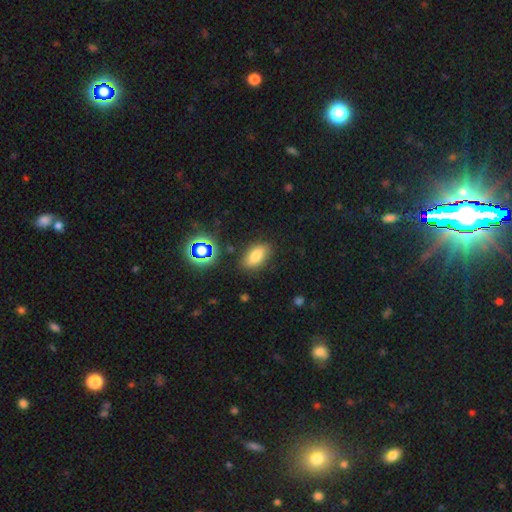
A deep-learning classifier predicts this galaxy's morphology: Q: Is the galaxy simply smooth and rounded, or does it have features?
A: smooth — 77%.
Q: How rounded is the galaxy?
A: in between — 87%.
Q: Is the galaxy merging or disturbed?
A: none — 84%.